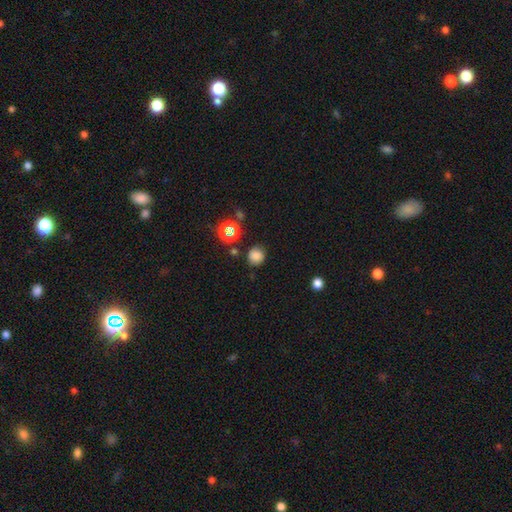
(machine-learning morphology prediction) This appears to be a smooth galaxy with no disk features (79%) that is round (90%). Merging: none (83%).